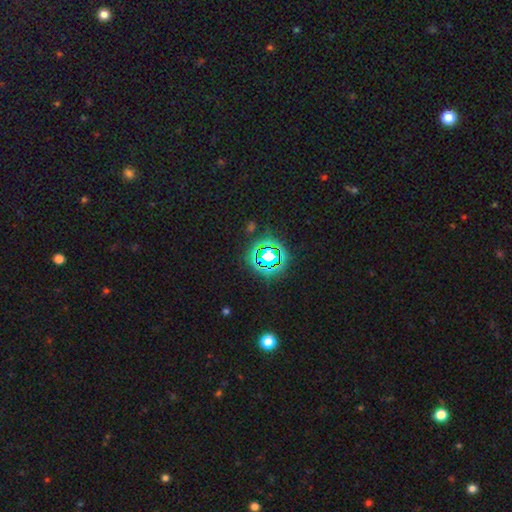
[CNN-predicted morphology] smooth_or_featured: star or artifact (p=0.75) [alt: smooth p=0.16]